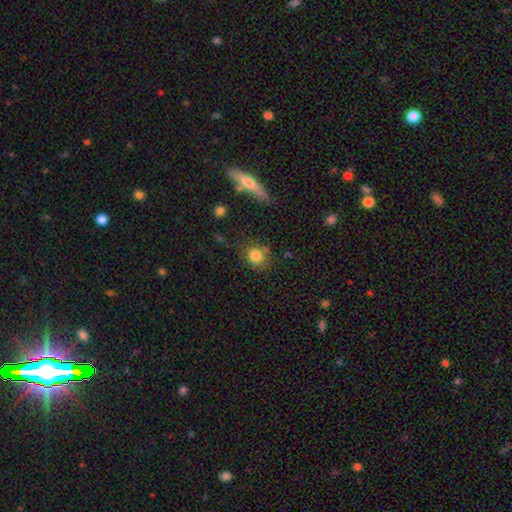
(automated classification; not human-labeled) This is clearly a smooth galaxy (82%). How rounded: likely round (71%). Merging: likely none (73%).